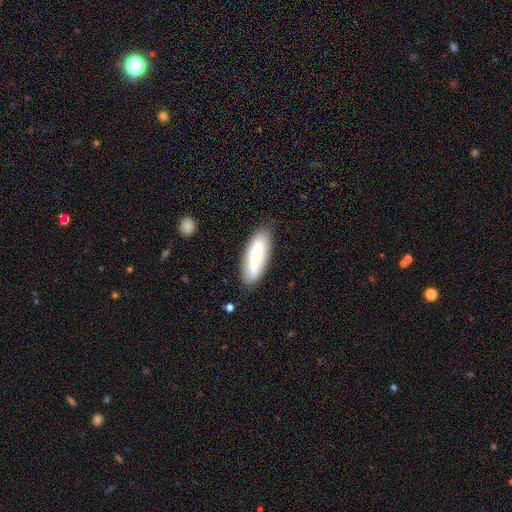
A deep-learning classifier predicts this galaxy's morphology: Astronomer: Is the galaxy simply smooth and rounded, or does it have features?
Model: smooth — 62%.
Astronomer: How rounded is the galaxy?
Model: in between — 61% (runner-up: cigar-shaped, 37%).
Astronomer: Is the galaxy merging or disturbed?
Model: none — 81%.